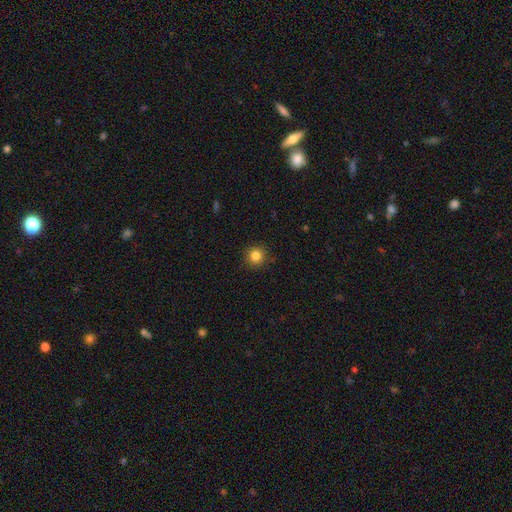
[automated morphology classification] The model was most divided on "smooth or featured": smooth: 83%, star or artifact: 12%, featured or disk: 5%. More confident: how rounded — round (93%); merging — none (90%).